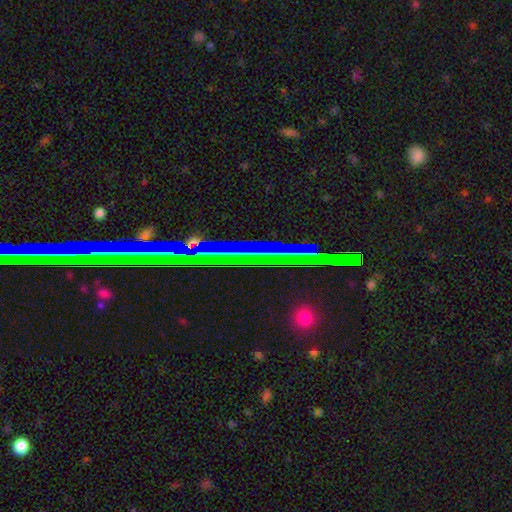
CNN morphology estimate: Overall: star or artifact (72%).